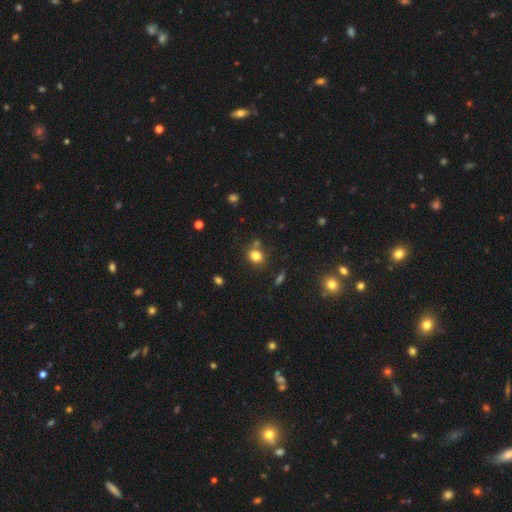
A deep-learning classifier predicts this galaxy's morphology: Q: Smooth or featured?
A: smooth (80%); runner-up: star or artifact (13%)
Q: How rounded?
A: round (75%); runner-up: in between (24%)
Q: Merging?
A: none (74%); runner-up: merger (12%)